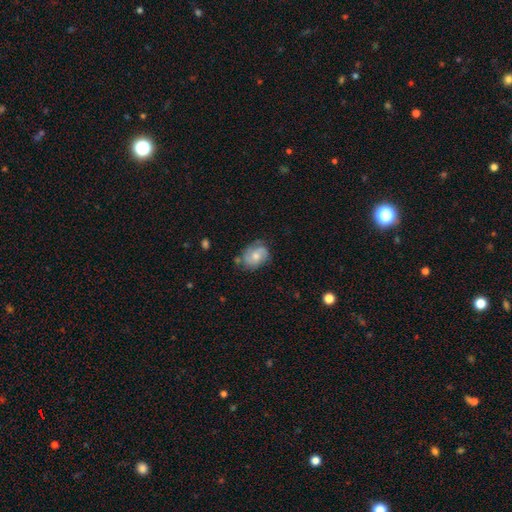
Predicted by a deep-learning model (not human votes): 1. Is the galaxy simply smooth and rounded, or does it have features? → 60% featured or disk, 33% smooth, 7% star or artifact.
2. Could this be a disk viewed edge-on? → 97% no, 3% yes.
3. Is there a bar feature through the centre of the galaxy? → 69% no, 27% weak, 4% strong.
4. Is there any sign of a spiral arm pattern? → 88% yes, 12% no.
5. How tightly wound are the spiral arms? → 42% medium (tied), 42% tight (tied), 17% loose.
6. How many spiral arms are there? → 63% 2, 19% can't tell, 9% 3, 6% 1, 2% 4, 2% more than 4.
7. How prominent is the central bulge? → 57% moderate, 33% small, 5% large, 4% none, 1% dominant.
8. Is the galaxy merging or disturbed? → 63% none, 25% minor disturbance, 8% major disturbance, 3% merger.